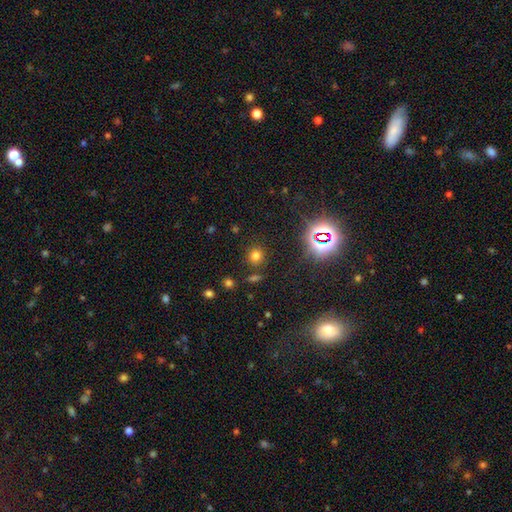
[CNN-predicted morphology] Smooth or featured?
  - smooth: 69% *
  - star or artifact: 24%
  - featured or disk: 7%
How rounded?
  - round: 86% *
  - in between: 13%
  - cigar-shaped: 1%
Merging?
  - none: 84% *
  - minor disturbance: 8%
  - merger: 4%
  - major disturbance: 3%